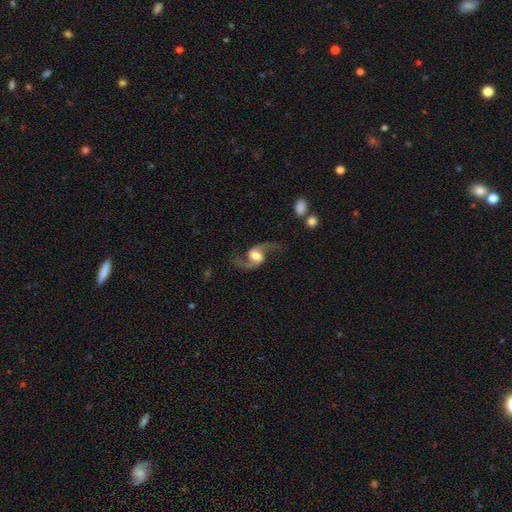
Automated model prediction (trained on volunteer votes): smooth_or_featured: featured or disk (p=0.89) [alt: smooth p=0.06]
disk_edge_on: no (p=0.97) [alt: yes p=0.03]
bar: weak (p=0.44) [alt: no p=0.38]
has_spiral_arms: yes (p=0.97) [alt: no p=0.03]
spiral_winding: loose (p=0.77) [alt: medium p=0.19]
spiral_arm_count: 2 (p=0.94) [alt: 1 p=0.01]
bulge_size: moderate (p=0.48) [alt: large p=0.35]
merging: none (p=0.76) [alt: minor disturbance p=0.12]